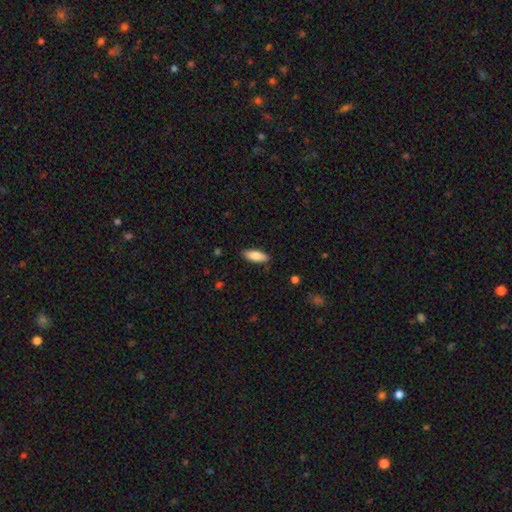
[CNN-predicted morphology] Smooth or featured? smooth (86%)
How rounded? in between (74%)
Merging? none (85%)